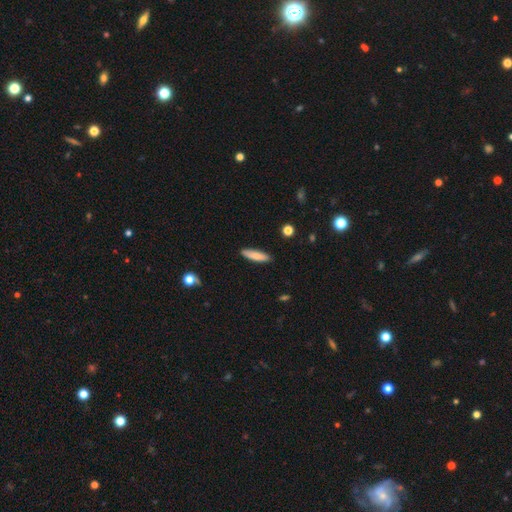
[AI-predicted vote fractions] A smooth galaxy with no disk features (77%) that is cigar-shaped (71%). Merging: none (88%).